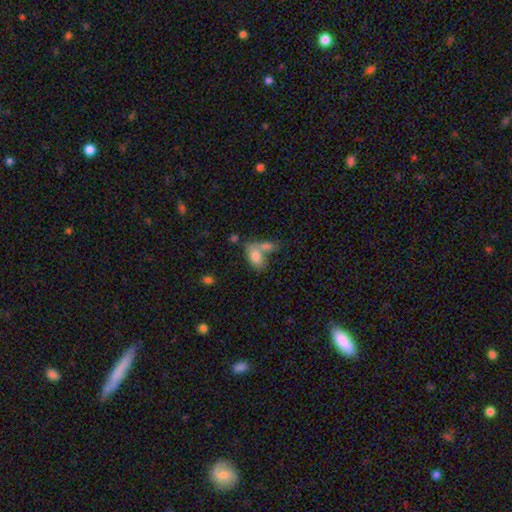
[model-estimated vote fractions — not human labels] This appears to be a smooth galaxy with no disk features (77%) that is in between round and cigar-shaped (87%). Merging: merger (49%).